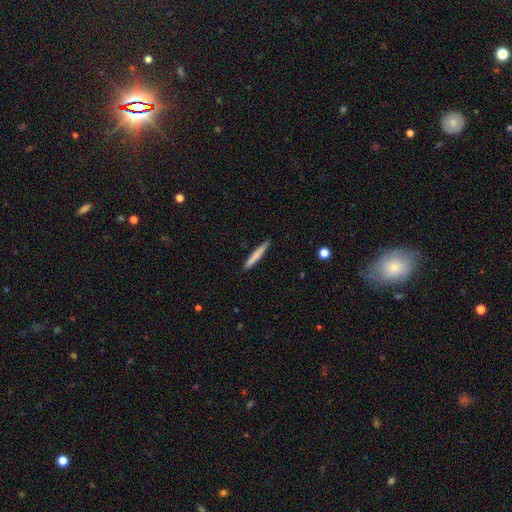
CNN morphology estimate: smooth 74%, featured or disk 20%, star or artifact 6%. Down the decision tree: how rounded — cigar-shaped (96%); merging — none (90%).